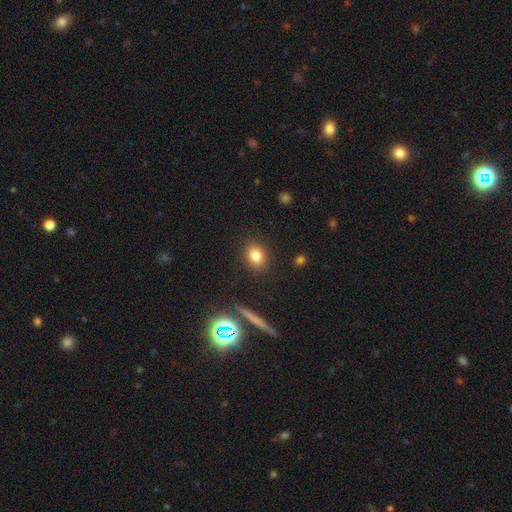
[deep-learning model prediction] Q: Smooth or featured?
A: smooth (80%); runner-up: star or artifact (12%)
Q: How rounded?
A: in between (55%); runner-up: round (43%)
Q: Merging?
A: none (87%); runner-up: minor disturbance (8%)